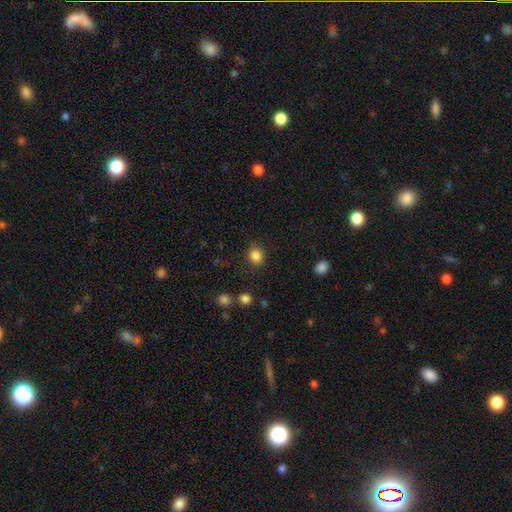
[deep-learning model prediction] Q: Smooth or featured?
A: smooth (85%); runner-up: star or artifact (11%)
Q: How rounded?
A: round (61%); runner-up: in between (38%)
Q: Merging?
A: none (82%); runner-up: minor disturbance (12%)